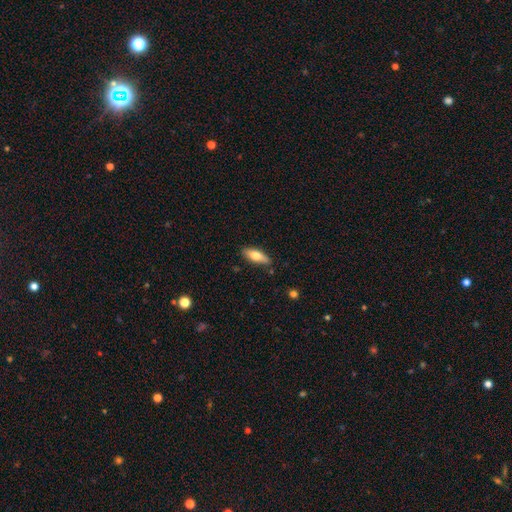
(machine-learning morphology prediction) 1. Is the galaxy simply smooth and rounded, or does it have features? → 70% smooth, 24% featured or disk, 6% star or artifact.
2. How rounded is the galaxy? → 64% in between, 34% cigar-shaped, 2% round.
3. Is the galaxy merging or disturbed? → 82% none, 14% minor disturbance, 2% major disturbance, 2% merger.